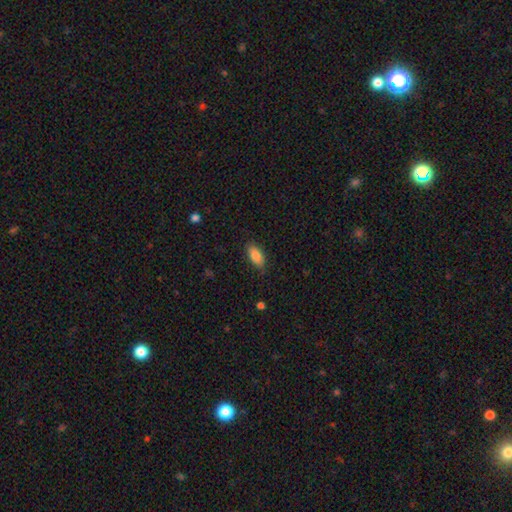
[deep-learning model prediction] Overall: smooth (87%). How rounded: in between (89%). Merging: none (84%).